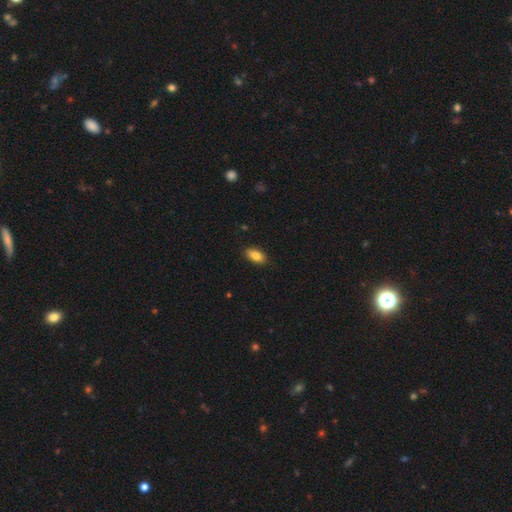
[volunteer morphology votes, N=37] This is clearly a smooth galaxy (89%). How rounded: clearly in between (97%). Merging: clearly none (97%).